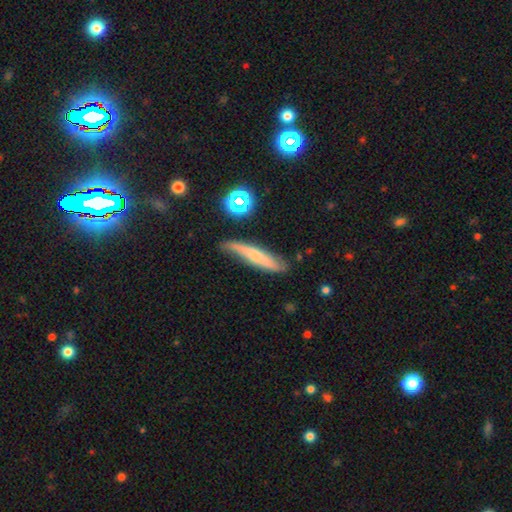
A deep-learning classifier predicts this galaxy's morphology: This appears to be a smooth galaxy with no disk features (50%) that is cigar-shaped (87%). Merging: none (68%).